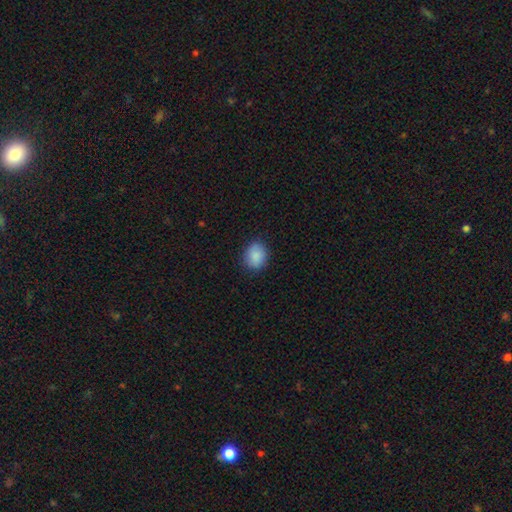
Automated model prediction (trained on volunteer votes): This appears to be a smooth galaxy with no disk features (88%) that is round (59%). Merging: none (85%).